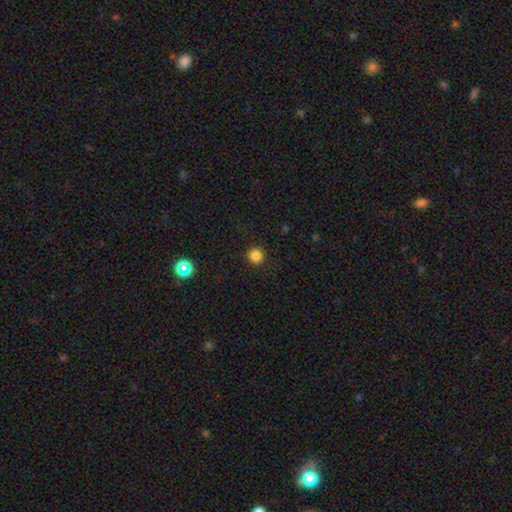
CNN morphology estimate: type=smooth (84%); roundness=round (95%); merging=none (92%).